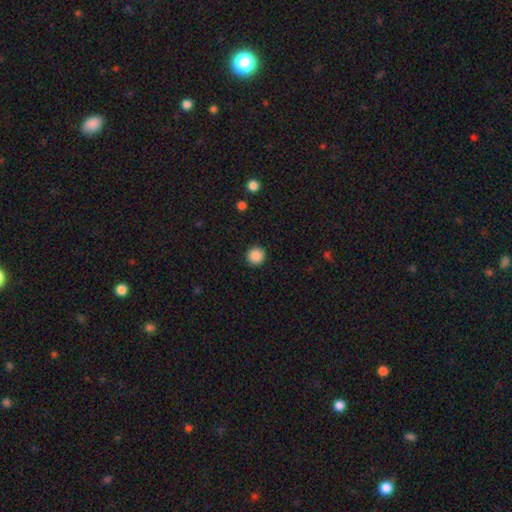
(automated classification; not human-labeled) The model was most divided on "smooth or featured": smooth: 88%, star or artifact: 9%, featured or disk: 3%. More confident: how rounded — round (95%); merging — none (93%).